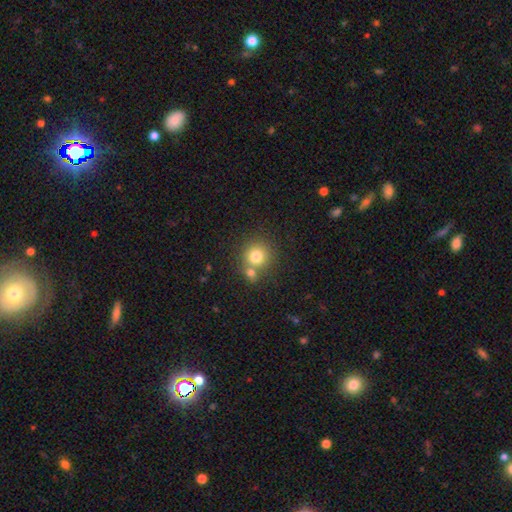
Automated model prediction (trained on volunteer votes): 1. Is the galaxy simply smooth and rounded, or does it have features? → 78% smooth, 11% star or artifact, 10% featured or disk.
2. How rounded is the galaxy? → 90% round, 9% in between, 1% cigar-shaped.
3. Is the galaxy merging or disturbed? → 56% none, 33% merger, 8% minor disturbance, 3% major disturbance.